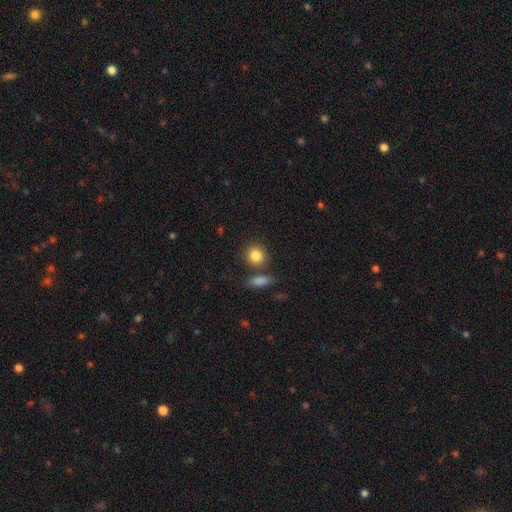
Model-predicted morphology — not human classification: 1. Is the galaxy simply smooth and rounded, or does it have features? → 85% smooth, 8% star or artifact, 7% featured or disk.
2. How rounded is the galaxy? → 82% round, 16% in between, 2% cigar-shaped.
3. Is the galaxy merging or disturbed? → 74% none, 13% merger, 10% minor disturbance, 3% major disturbance.